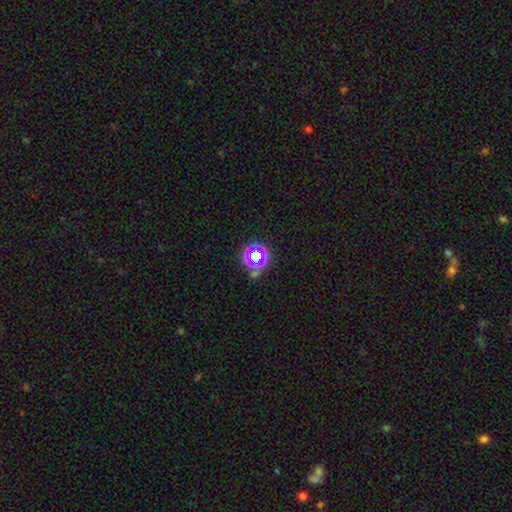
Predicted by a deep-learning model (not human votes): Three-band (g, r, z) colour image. It shows a star or artifact, not a galaxy (55%).